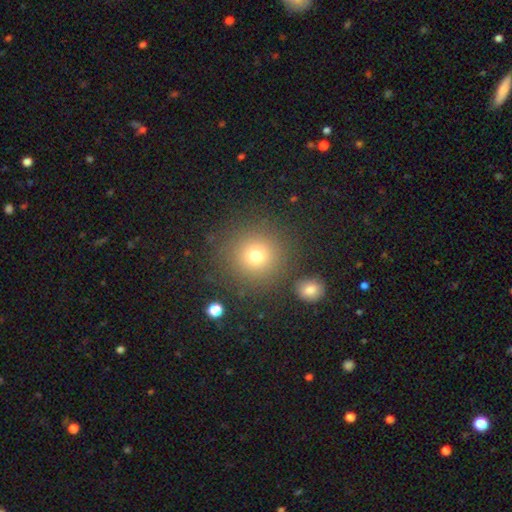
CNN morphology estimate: This is likely a smooth galaxy (75%). How rounded: clearly round (93%). Merging: clearly none (84%).